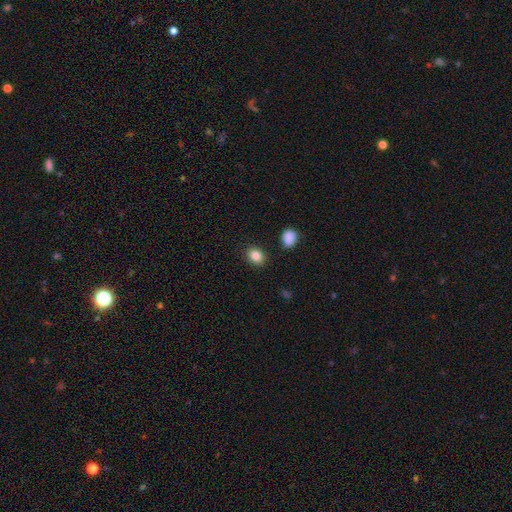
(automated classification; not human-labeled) The model was most divided on "how rounded": in between: 50%, round: 49%, cigar-shaped: 1%. More confident: smooth or featured — smooth (86%); merging — none (85%).